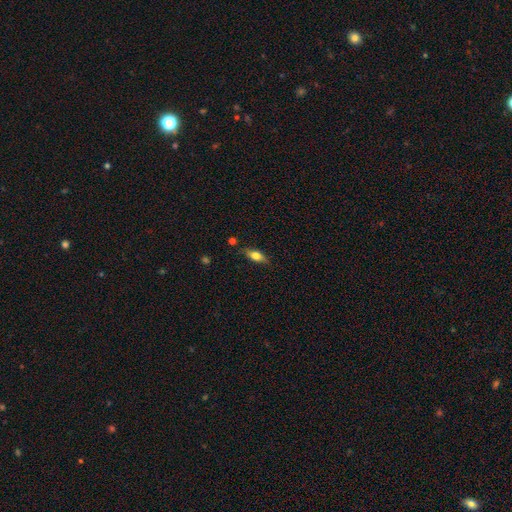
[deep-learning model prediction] smooth_or_featured: smooth (p=0.62) [alt: featured or disk p=0.30]
how_rounded: in between (p=0.70) [alt: cigar-shaped p=0.26]
merging: none (p=0.80) [alt: minor disturbance p=0.14]